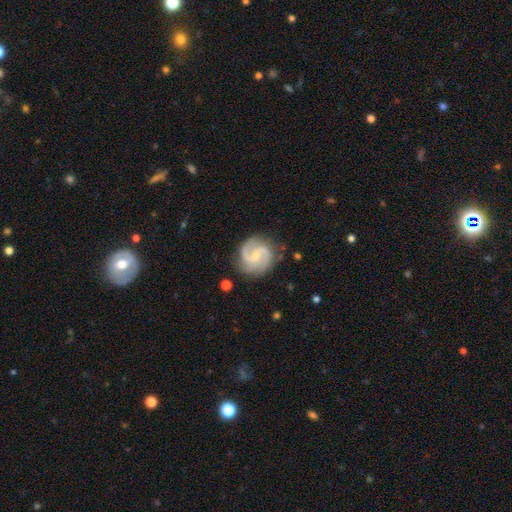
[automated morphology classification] A featured or disk galaxy (87%) with no bar (46%), 2 (72%) medium (56%) spiral arms (98%) and a small central bulge (69%).

Vote fractions:
- Smooth or featured? featured or disk: 87% / smooth: 8% / star or artifact: 5%
- Edge-on disk? no: 98% / yes: 2%
- Bar? no: 46% / weak: 44% / strong: 10%
- Spiral arms? yes: 98% / no: 2%
- Spiral winding? medium: 56% / tight: 25% / loose: 19%
- Spiral arm count? 2: 72% / 3: 16% / can't tell: 5% / 4: 2% / 1: 2% / more than 4: 2%
- Bulge size? small: 69% / moderate: 25% / none: 4% / large: 1% / dominant: 1%
- Merging? none: 81% / minor disturbance: 13% / major disturbance: 4% / merger: 1%